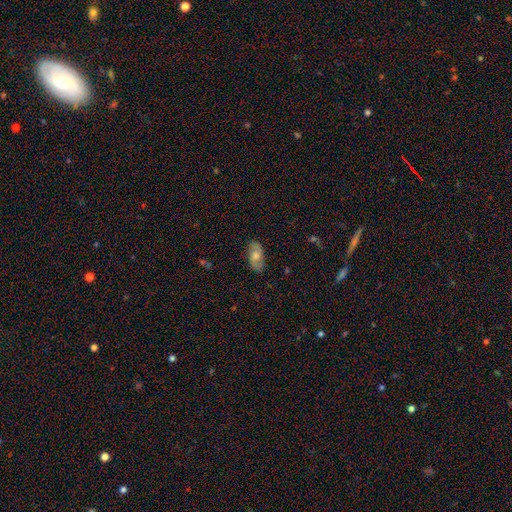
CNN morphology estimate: This is possibly a smooth galaxy (49%). Merging: clearly none (82%).